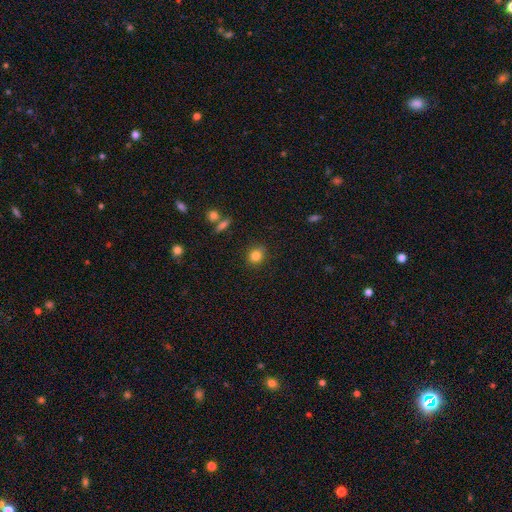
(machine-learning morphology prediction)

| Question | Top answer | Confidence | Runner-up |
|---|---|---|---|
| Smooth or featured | smooth | 82% | star or artifact (11%) |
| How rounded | round | 76% | in between (23%) |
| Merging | none | 86% | minor disturbance (10%) |